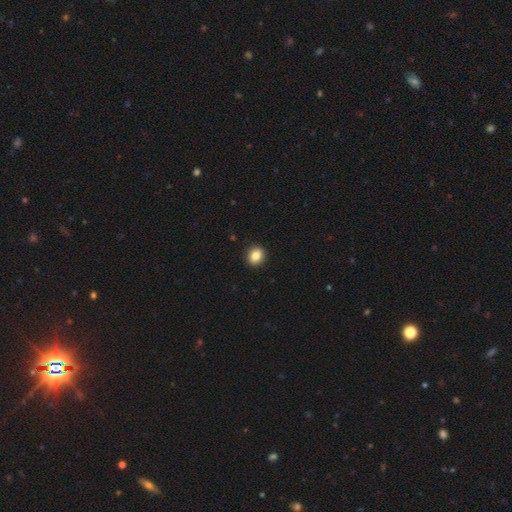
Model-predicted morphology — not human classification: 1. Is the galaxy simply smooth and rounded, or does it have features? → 84% smooth, 10% star or artifact, 7% featured or disk.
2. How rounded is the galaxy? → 80% round, 19% in between, 1% cigar-shaped.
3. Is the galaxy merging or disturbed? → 93% none, 5% minor disturbance, 1% major disturbance, 1% merger.